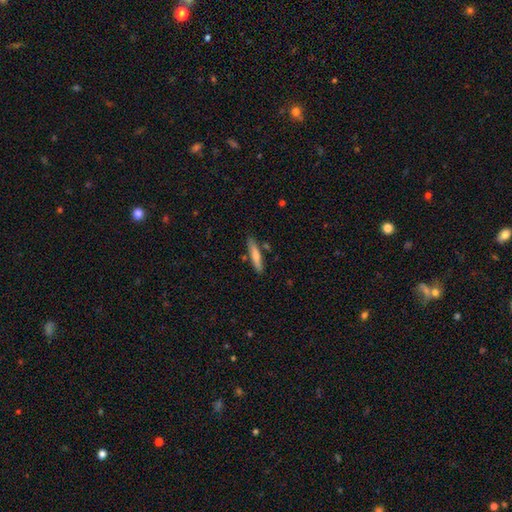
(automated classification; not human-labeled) smooth-or-featured: smooth: 70% | featured or disk: 25% | star or artifact: 6%
  how-rounded: cigar-shaped: 88% | in between: 10% | round: 1%
  merging: none: 83% | minor disturbance: 11% | merger: 5% | major disturbance: 2%